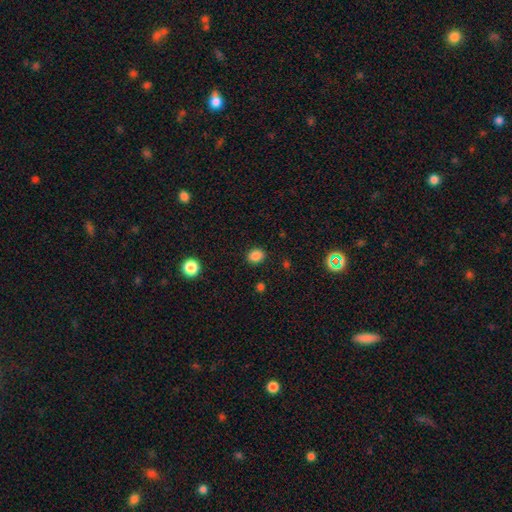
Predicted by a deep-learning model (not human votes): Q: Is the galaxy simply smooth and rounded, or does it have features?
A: smooth — 84%.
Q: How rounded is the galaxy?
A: round — 69%.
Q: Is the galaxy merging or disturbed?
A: none — 89%.